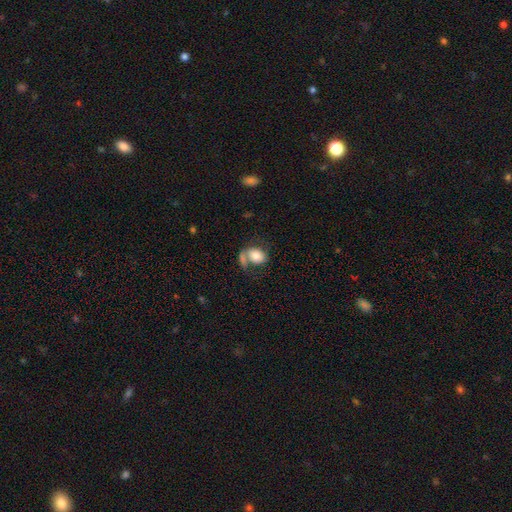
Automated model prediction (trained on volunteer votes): smooth 70%, featured or disk 22%, star or artifact 8%. Down the decision tree: how rounded — in between (74%); merging — merger (35%).